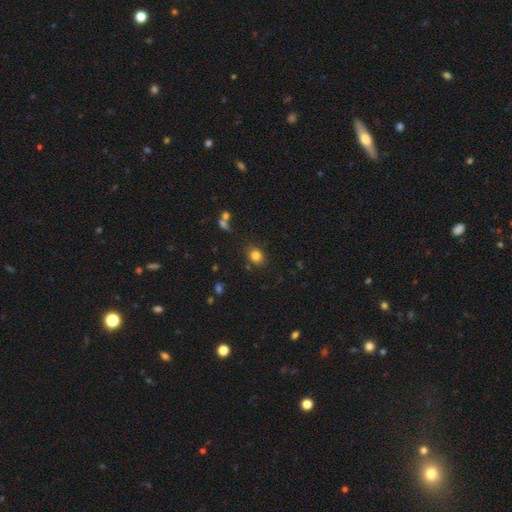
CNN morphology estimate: Smooth or featured? smooth (82%)
How rounded? round (60%)
Merging? none (83%)